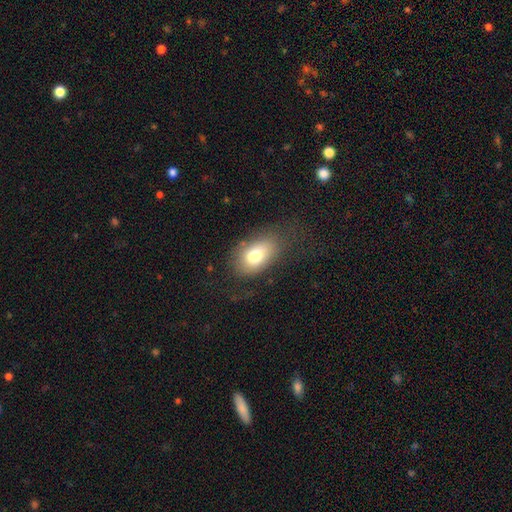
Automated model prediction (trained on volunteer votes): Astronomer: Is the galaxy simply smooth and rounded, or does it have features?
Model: smooth — 75%.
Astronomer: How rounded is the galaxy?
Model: in between — 86%.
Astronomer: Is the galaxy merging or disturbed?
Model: none — 62%.